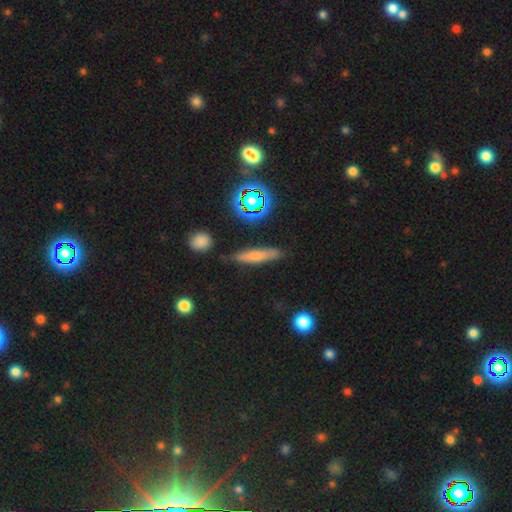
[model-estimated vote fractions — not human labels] smooth_or_featured: smooth (p=0.63) [alt: featured or disk p=0.24]
how_rounded: cigar-shaped (p=0.82) [alt: in between p=0.14]
merging: none (p=0.82) [alt: minor disturbance p=0.12]